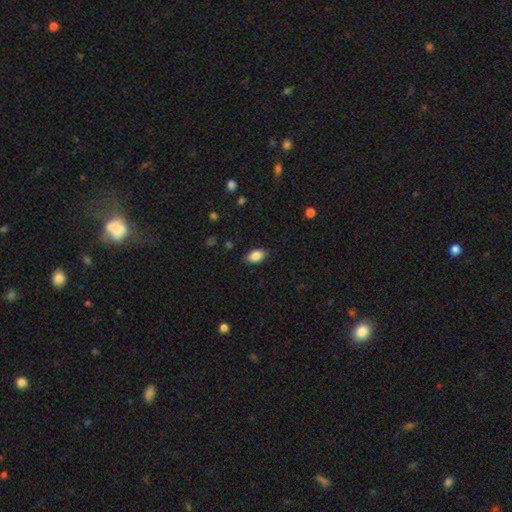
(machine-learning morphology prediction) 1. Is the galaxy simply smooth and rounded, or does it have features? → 84% smooth, 8% featured or disk, 8% star or artifact.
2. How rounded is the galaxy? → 89% in between, 7% round, 4% cigar-shaped.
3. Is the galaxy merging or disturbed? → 84% none, 13% minor disturbance, 3% major disturbance, 1% merger.